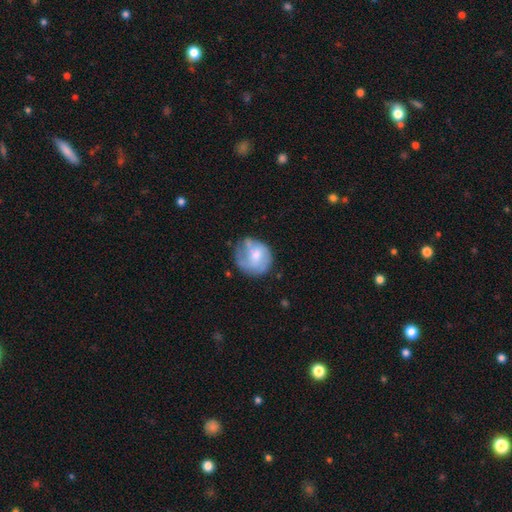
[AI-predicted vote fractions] This is possibly a smooth galaxy (51%). How rounded: likely round (80%). Merging: possibly none (52%).